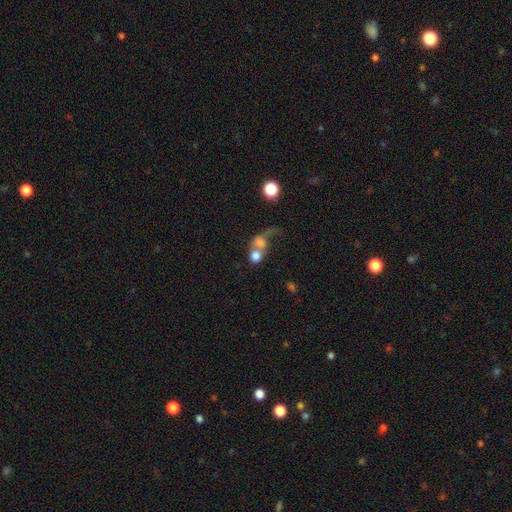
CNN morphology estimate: type=smooth (70%); roundness=round (63%); merging=merger (63%).